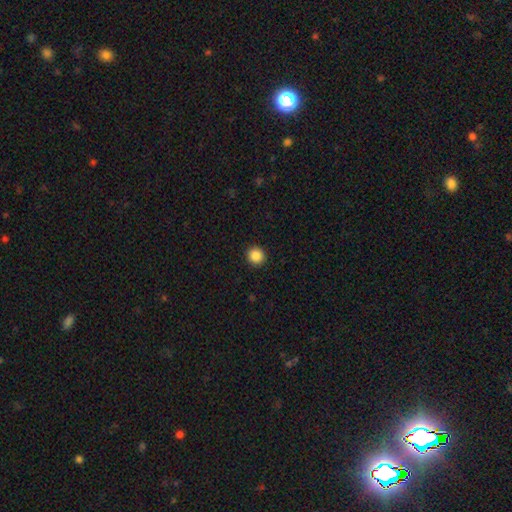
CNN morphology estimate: type=smooth (87%); roundness=round (95%); merging=none (93%).